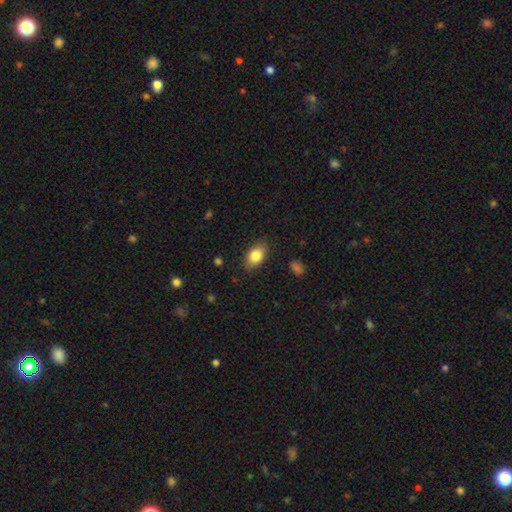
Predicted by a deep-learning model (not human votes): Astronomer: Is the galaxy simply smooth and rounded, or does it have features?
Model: smooth — 83%.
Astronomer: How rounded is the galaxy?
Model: in between — 88%.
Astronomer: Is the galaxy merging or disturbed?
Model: none — 85%.